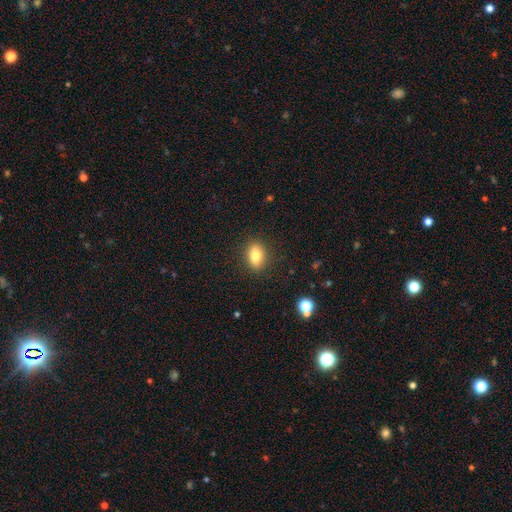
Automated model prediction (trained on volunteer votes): smooth 79%, featured or disk 12%, star or artifact 9%. Down the decision tree: how rounded — in between (79%); merging — none (88%).